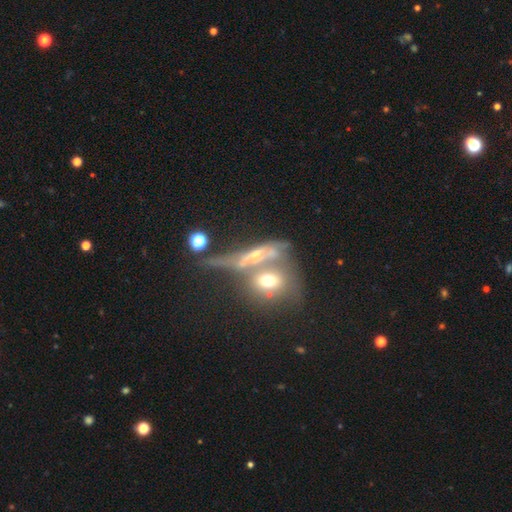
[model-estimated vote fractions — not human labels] The model was most divided on "edge-on disk": no: 53%, yes: 47%. More confident: merging — merger (51%); smooth or featured — featured or disk (50%).